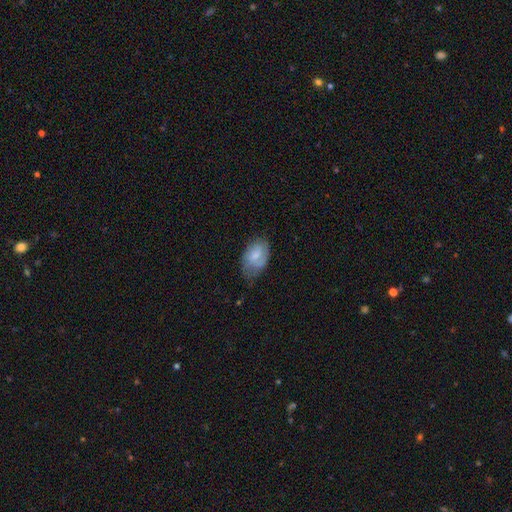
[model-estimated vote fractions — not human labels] The model was most divided on "smooth or featured": smooth: 53%, featured or disk: 40%, star or artifact: 7%. More confident: how rounded — in between (89%); merging — none (56%).